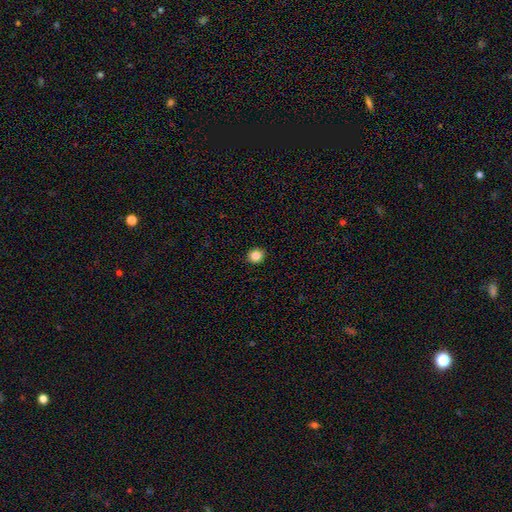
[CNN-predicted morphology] smooth-or-featured: smooth: 85% | star or artifact: 11% | featured or disk: 5%
  how-rounded: round: 84% | in between: 15% | cigar-shaped: 1%
  merging: none: 92% | minor disturbance: 5% | major disturbance: 1% | merger: 1%